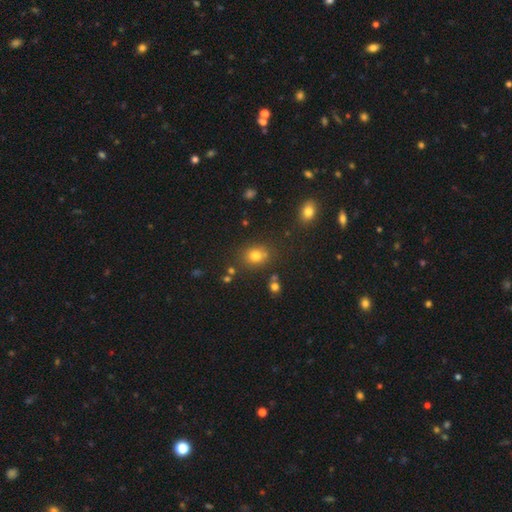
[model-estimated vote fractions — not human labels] This appears to be a smooth galaxy with no disk features (77%) that is round (59%). Merging: none (76%).